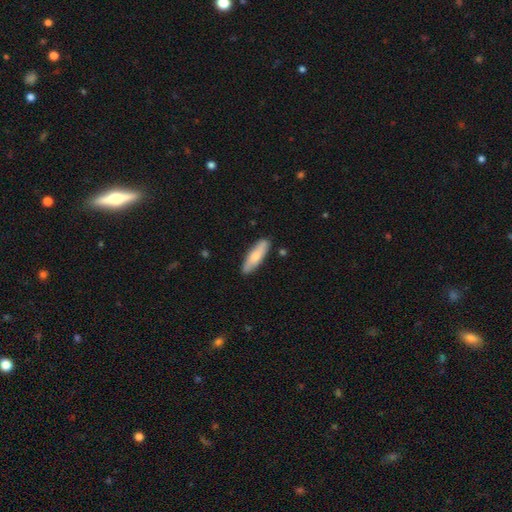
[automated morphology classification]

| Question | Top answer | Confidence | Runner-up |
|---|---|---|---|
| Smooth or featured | smooth | 73% | featured or disk (22%) |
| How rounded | cigar-shaped | 57% | in between (41%) |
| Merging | none | 86% | minor disturbance (10%) |